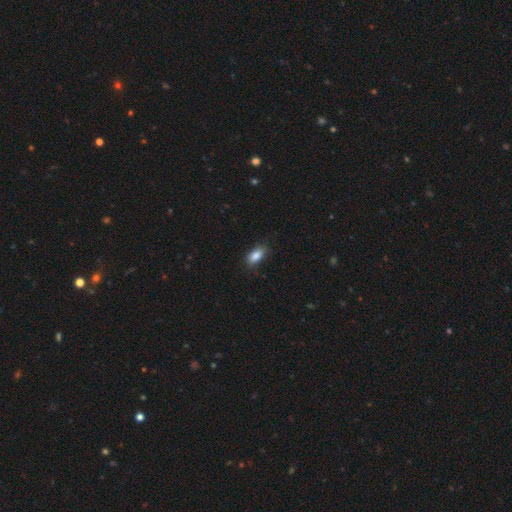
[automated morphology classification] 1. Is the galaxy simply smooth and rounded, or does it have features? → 86% smooth, 8% star or artifact, 5% featured or disk.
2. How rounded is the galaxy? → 89% in between, 6% round, 5% cigar-shaped.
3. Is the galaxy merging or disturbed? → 83% none, 14% minor disturbance, 3% major disturbance, 1% merger.